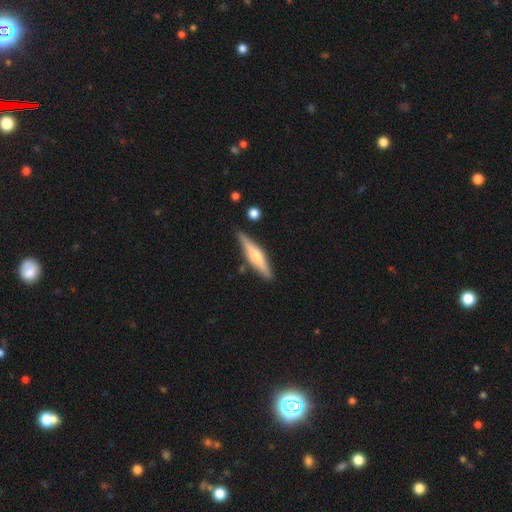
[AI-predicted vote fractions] Morphology: type=featured or disk (61%); edge-on=yes (96%); edge-on bulge=rounded (83%); merging=none (86%).